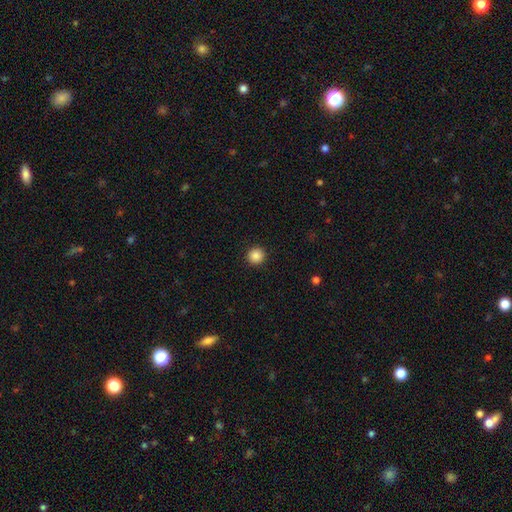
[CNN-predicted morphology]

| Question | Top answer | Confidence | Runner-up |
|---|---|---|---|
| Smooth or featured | smooth | 87% | star or artifact (10%) |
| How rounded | round | 95% | in between (4%) |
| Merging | none | 93% | minor disturbance (4%) |